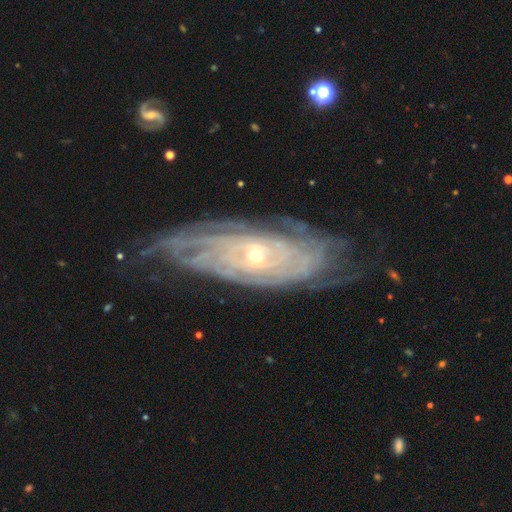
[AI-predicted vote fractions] Smooth or featured: featured or disk — 89% (star or artifact — 6%)
Edge-on disk: no — 90% (yes — 10%)
Bar: no — 70% (weak — 21%)
Spiral arms: yes — 96% (no — 4%)
Spiral winding: tight — 81% (medium — 15%)
Spiral arm count: can't tell — 39% (more than 4 — 16%)
Bulge size: small — 68% (moderate — 29%)
Merging: none — 72% (minor disturbance — 19%)